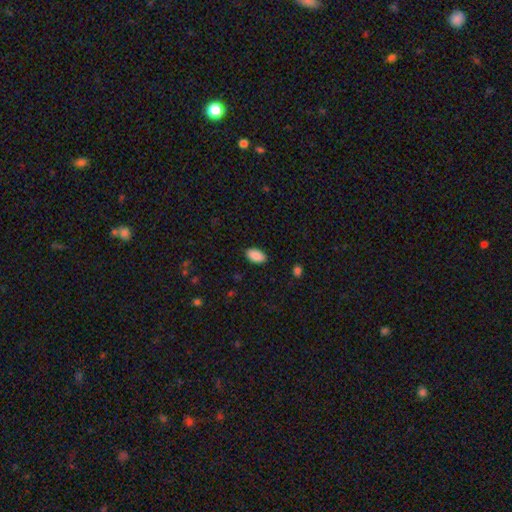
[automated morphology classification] Q: Smooth or featured?
A: smooth (90%); runner-up: star or artifact (7%)
Q: How rounded?
A: in between (94%); runner-up: round (4%)
Q: Merging?
A: none (88%); runner-up: minor disturbance (9%)